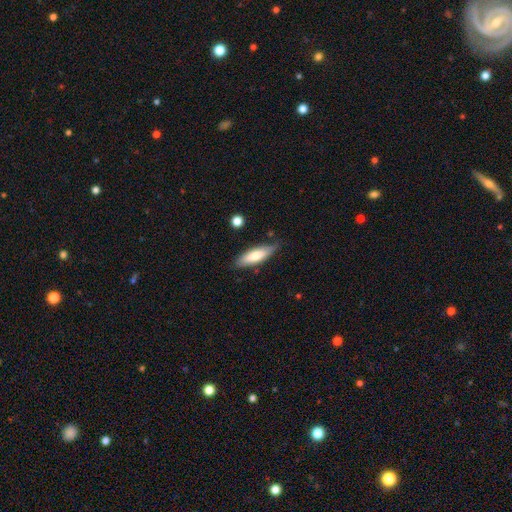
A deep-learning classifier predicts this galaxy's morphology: This is likely a smooth galaxy (70%). How rounded: possibly in between (50%). Merging: likely none (77%).